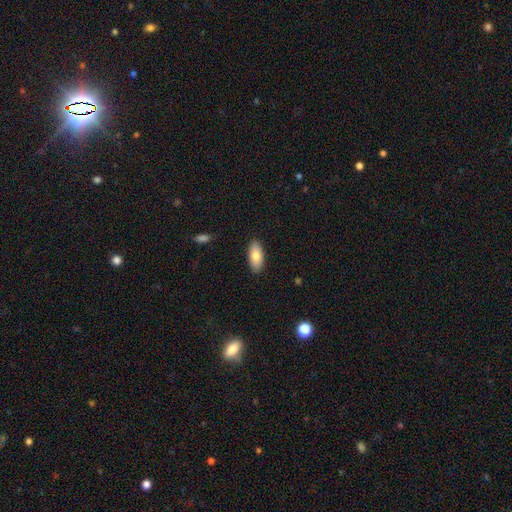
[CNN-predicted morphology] Smooth or featured: smooth — 81% (featured or disk — 13%)
How rounded: in between — 90% (cigar-shaped — 8%)
Merging: none — 89% (minor disturbance — 8%)